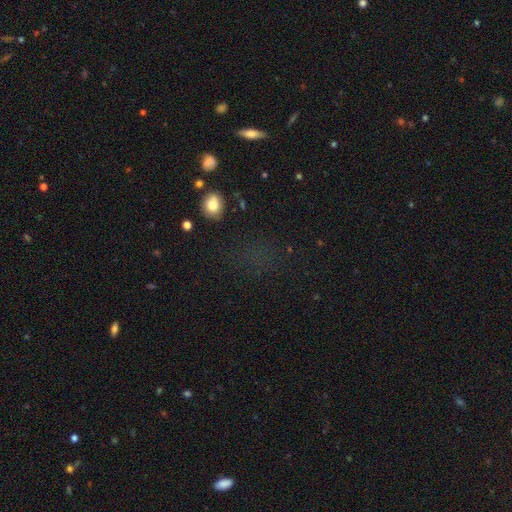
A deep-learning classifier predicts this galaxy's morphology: The model was most divided on "smooth or featured": star or artifact: 46%, smooth: 42%, featured or disk: 12%.